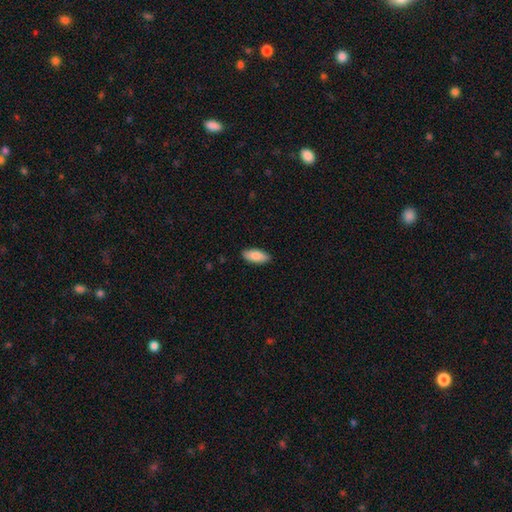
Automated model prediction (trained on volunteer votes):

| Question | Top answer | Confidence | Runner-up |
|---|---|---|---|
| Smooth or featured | smooth | 87% | featured or disk (8%) |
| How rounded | in between | 85% | cigar-shaped (13%) |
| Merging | none | 89% | minor disturbance (9%) |